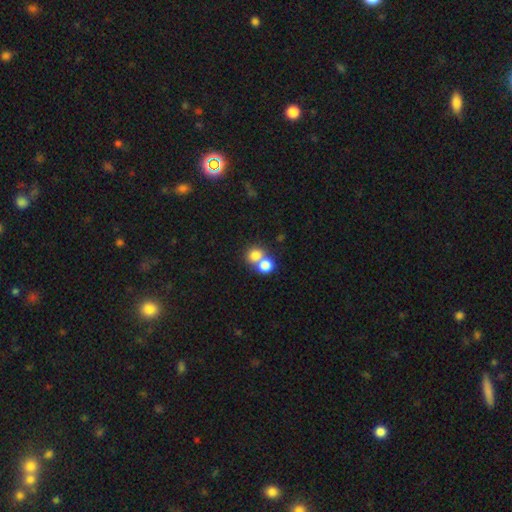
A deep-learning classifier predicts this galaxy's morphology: Smooth or featured? Predicted: smooth (p=0.78). How rounded? Predicted: round (p=0.77). Merging? Predicted: merger (p=0.57).